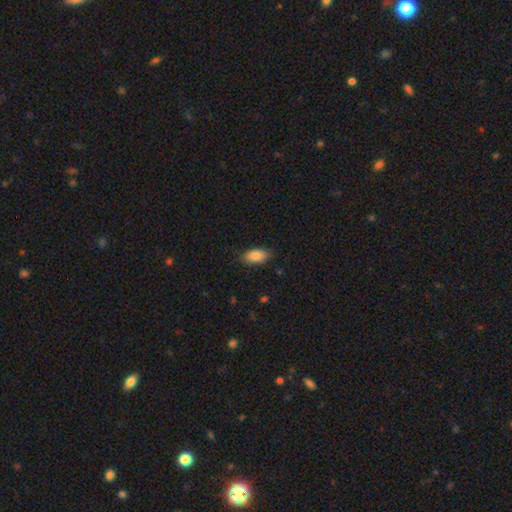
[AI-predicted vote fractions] This is clearly a smooth galaxy (87%). How rounded: clearly in between (91%). Merging: clearly none (84%).